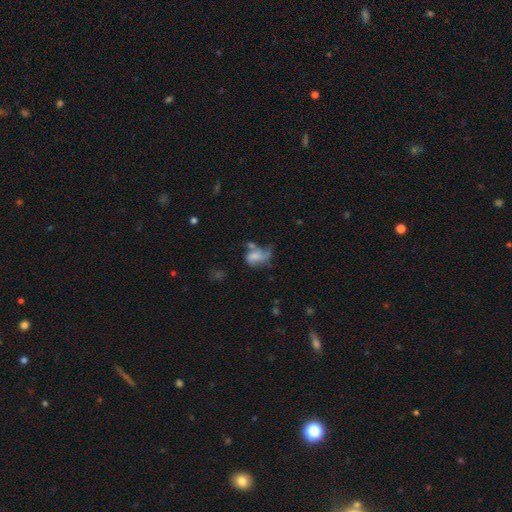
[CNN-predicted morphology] Smooth or featured? smooth (48%)
Merging? major disturbance (35%)